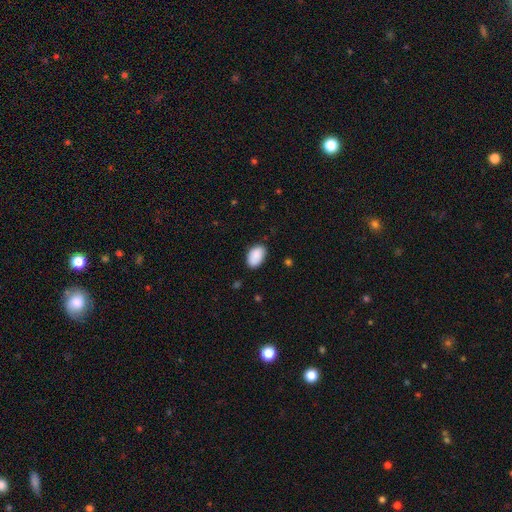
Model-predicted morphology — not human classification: Smooth or featured: smooth — 89% (star or artifact — 6%)
How rounded: in between — 92% (round — 7%)
Merging: none — 81% (minor disturbance — 15%)